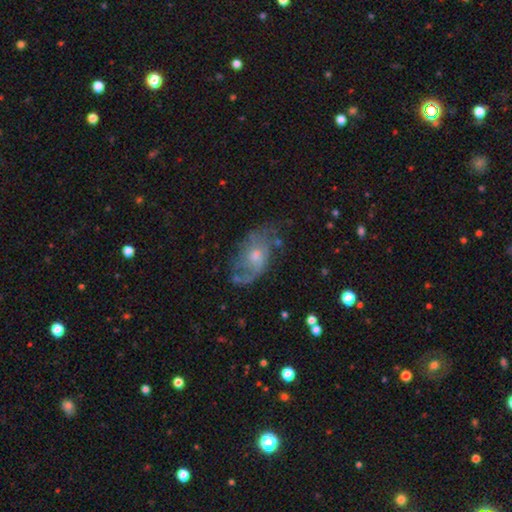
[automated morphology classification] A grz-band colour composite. It shows a featured or disk galaxy (67%) with no bar (74%), 2 (56%) loose (39%, tied with medium) spiral arms (81%) and a moderate central bulge (49%). Merging: none (61%).